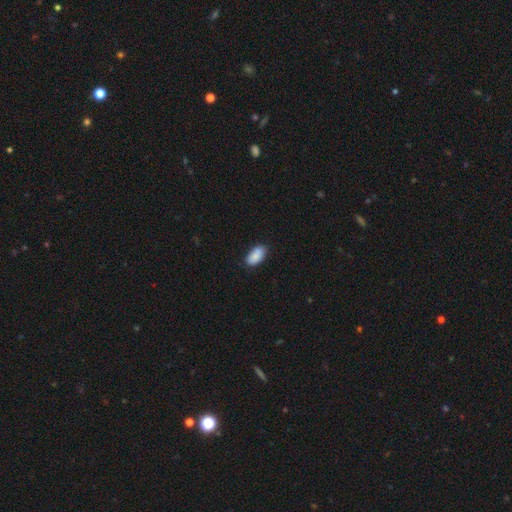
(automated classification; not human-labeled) smooth-or-featured: smooth: 88% | star or artifact: 7% | featured or disk: 5%
  how-rounded: in between: 94% | cigar-shaped: 4% | round: 3%
  merging: none: 80% | minor disturbance: 16% | major disturbance: 3% | merger: 2%